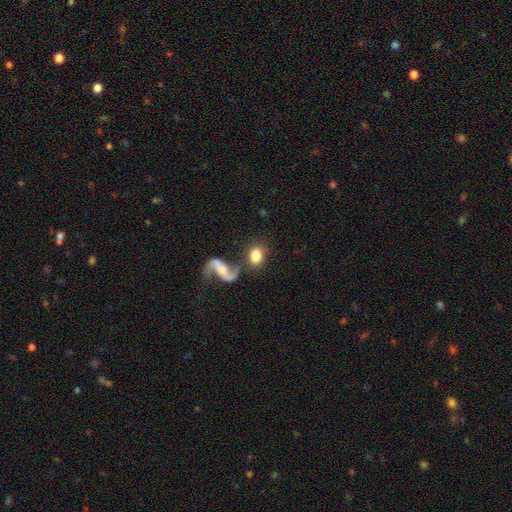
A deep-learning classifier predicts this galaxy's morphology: Q: Smooth or featured?
A: smooth (73%); runner-up: featured or disk (20%)
Q: How rounded?
A: in between (71%); runner-up: round (26%)
Q: Merging?
A: none (58%); runner-up: merger (21%)